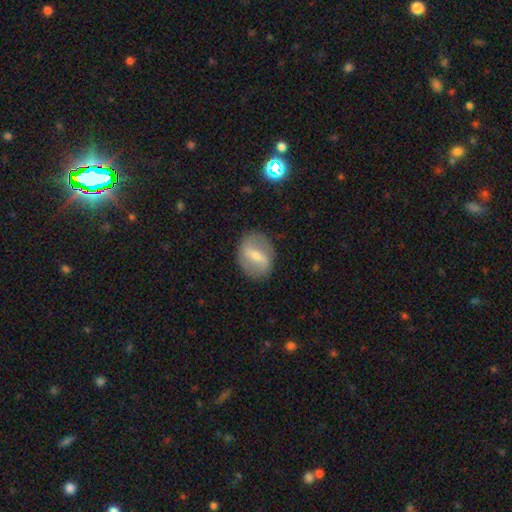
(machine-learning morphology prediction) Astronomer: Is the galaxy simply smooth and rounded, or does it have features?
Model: featured or disk — 62%.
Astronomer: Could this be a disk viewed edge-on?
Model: no — 93%.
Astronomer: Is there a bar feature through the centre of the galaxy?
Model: strong — 55% (runner-up: weak, 34%).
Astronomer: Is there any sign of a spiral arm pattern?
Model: yes — 55% (runner-up: no, 45%).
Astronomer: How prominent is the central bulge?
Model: small — 53% (runner-up: moderate, 40%).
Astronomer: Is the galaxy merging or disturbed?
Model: none — 83%.